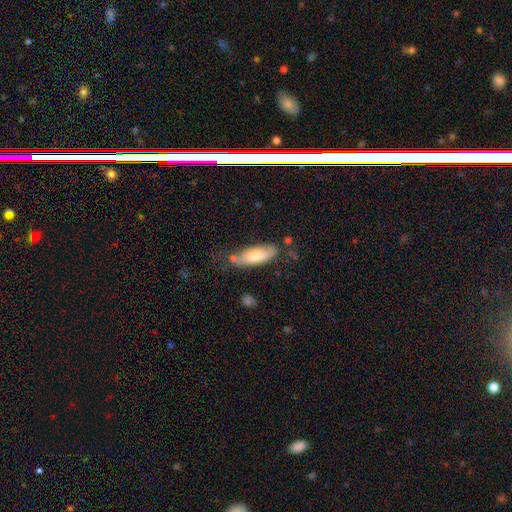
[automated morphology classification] Smooth or featured? smooth (72%)
How rounded? in between (62%)
Merging? none (62%)